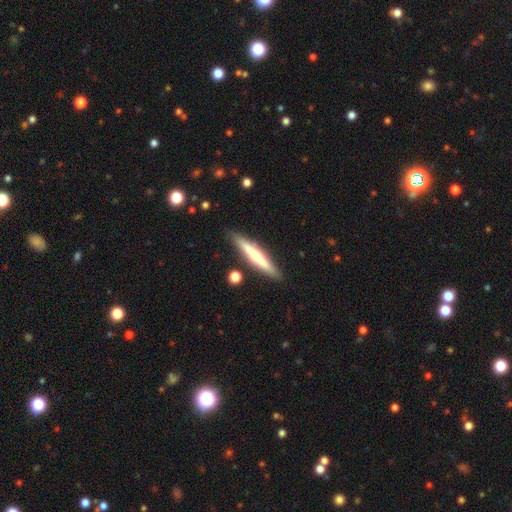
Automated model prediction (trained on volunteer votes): smooth_or_featured: featured or disk (p=0.50) [alt: smooth p=0.44]
merging: none (p=0.88) [alt: minor disturbance p=0.08]